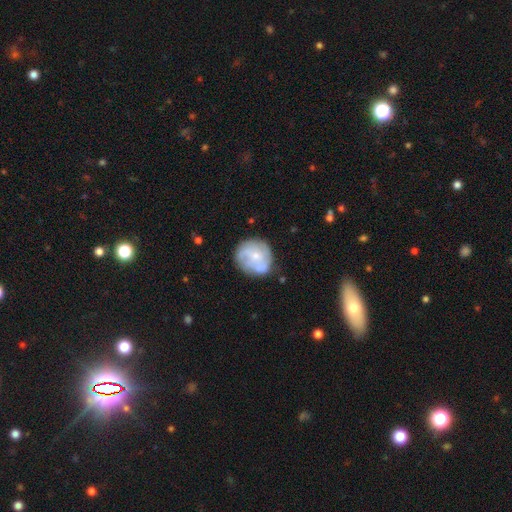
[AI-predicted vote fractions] Morphology: type=featured or disk (55%); edge-on=no (98%); bar=no (75%); spiral arms=yes (64%); bulge=small (65%); merging=none (66%).